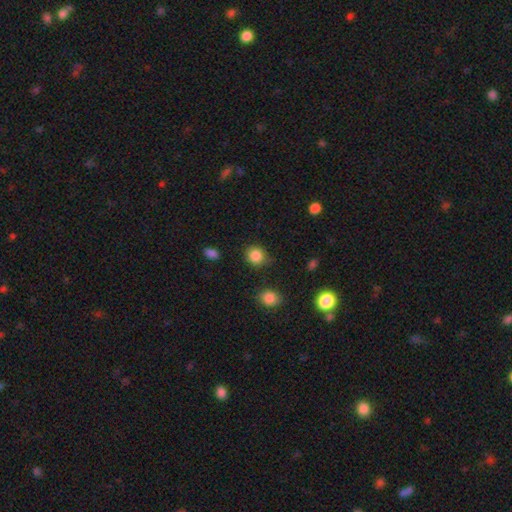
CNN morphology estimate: Smooth or featured?
  - smooth: 86% *
  - star or artifact: 11%
  - featured or disk: 4%
How rounded?
  - round: 85% *
  - in between: 14%
  - cigar-shaped: 1%
Merging?
  - none: 78% *
  - minor disturbance: 15%
  - major disturbance: 4%
  - merger: 3%